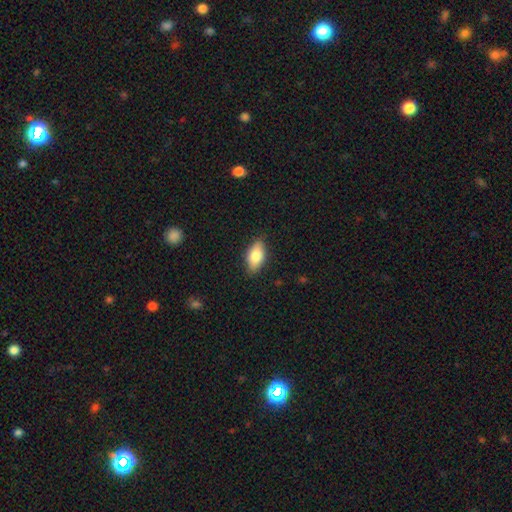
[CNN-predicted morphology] Smooth or featured?
  - smooth: 77% *
  - featured or disk: 16%
  - star or artifact: 7%
How rounded?
  - in between: 88% *
  - cigar-shaped: 8%
  - round: 4%
Merging?
  - none: 85% *
  - minor disturbance: 12%
  - major disturbance: 2%
  - merger: 1%